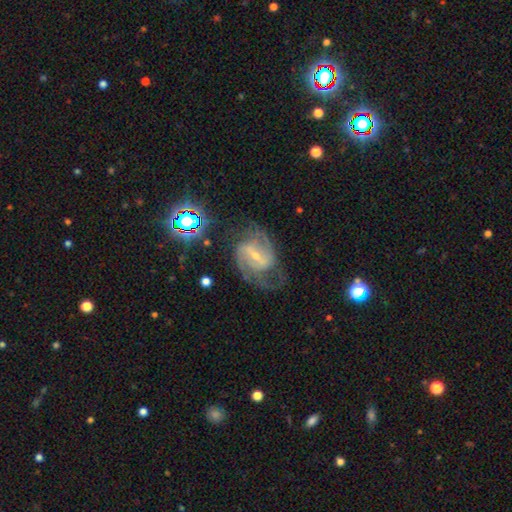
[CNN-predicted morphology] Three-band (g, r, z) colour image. It shows a featured or disk galaxy (87%) with a strong bar (47%), 2 (66%) medium (54%) spiral arms (96%) and a small central bulge (65%). Merging: none (65%).